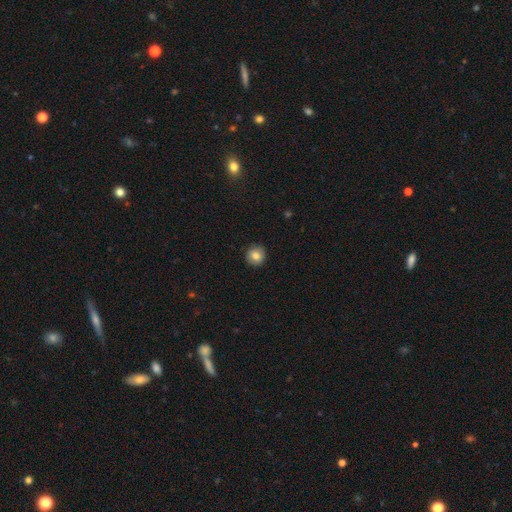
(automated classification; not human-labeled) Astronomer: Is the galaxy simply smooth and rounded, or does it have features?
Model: smooth — 82%.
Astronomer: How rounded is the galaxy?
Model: round — 92%.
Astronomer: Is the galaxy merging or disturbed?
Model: none — 90%.